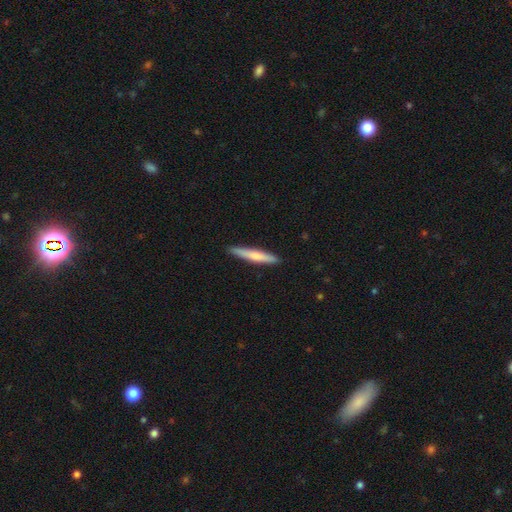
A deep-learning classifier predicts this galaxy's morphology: The model was most divided on "smooth or featured": smooth: 64%, featured or disk: 31%, star or artifact: 5%. More confident: how rounded — cigar-shaped (95%); merging — none (91%).